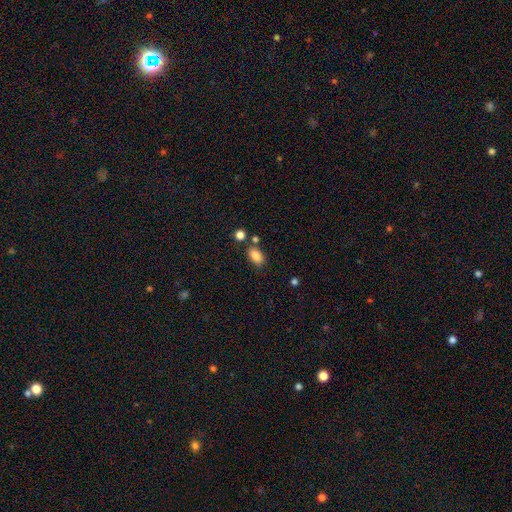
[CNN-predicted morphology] type=smooth (85%); roundness=in between (87%); merging=none (73%).